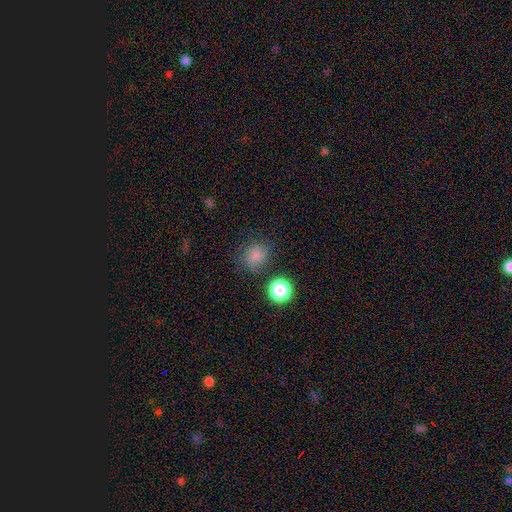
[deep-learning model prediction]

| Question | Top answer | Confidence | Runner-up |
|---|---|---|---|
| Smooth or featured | smooth | 76% | star or artifact (15%) |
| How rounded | round | 82% | in between (17%) |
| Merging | none | 69% | minor disturbance (18%) |